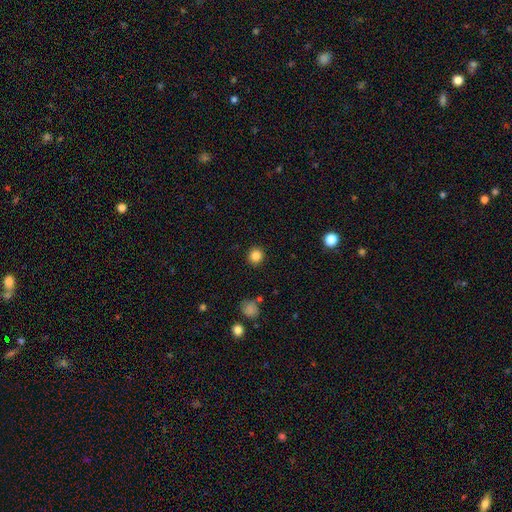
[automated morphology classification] Smooth or featured? smooth (85%)
How rounded? round (92%)
Merging? none (91%)